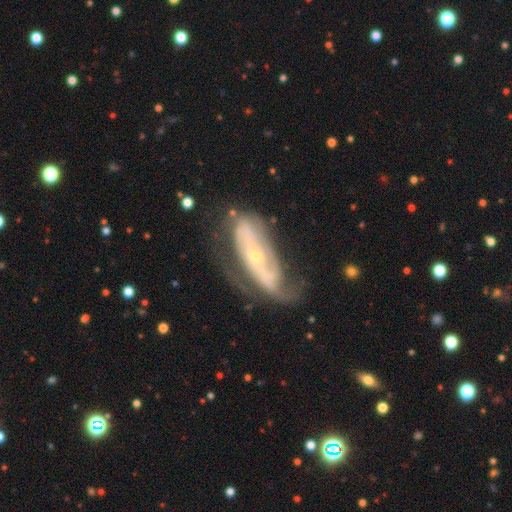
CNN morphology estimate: Smooth or featured? featured or disk (75%)
Edge-on disk? no (83%)
Bar? no (52%)
Spiral arms? yes (73%)
Bulge size? small (76%)
Merging? none (45%)